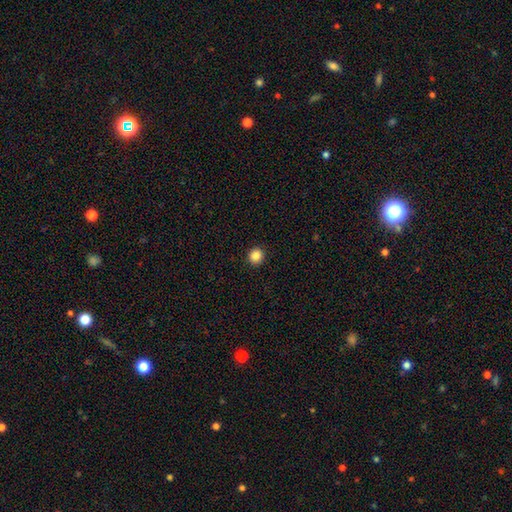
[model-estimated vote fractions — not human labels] Q: Smooth or featured?
A: smooth (86%); runner-up: star or artifact (10%)
Q: How rounded?
A: round (90%); runner-up: in between (9%)
Q: Merging?
A: none (93%); runner-up: minor disturbance (5%)